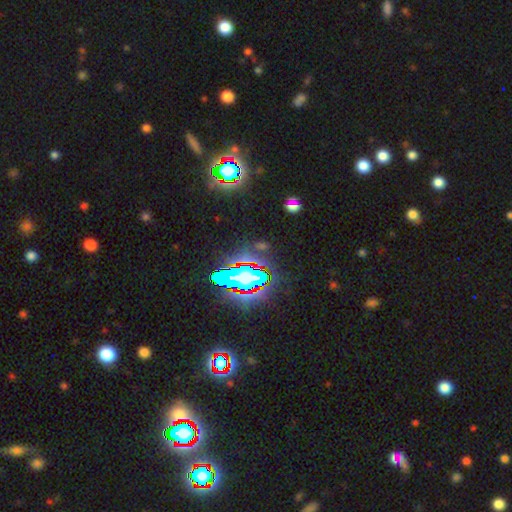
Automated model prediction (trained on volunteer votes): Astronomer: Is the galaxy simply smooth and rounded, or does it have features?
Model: star or artifact — 83%.